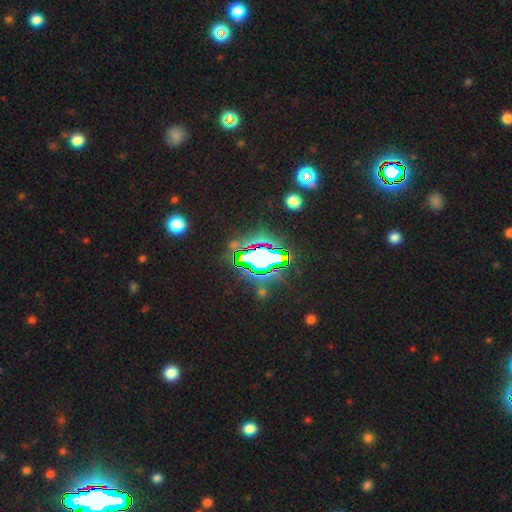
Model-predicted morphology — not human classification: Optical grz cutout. It shows a star or artifact, not a galaxy (71%).